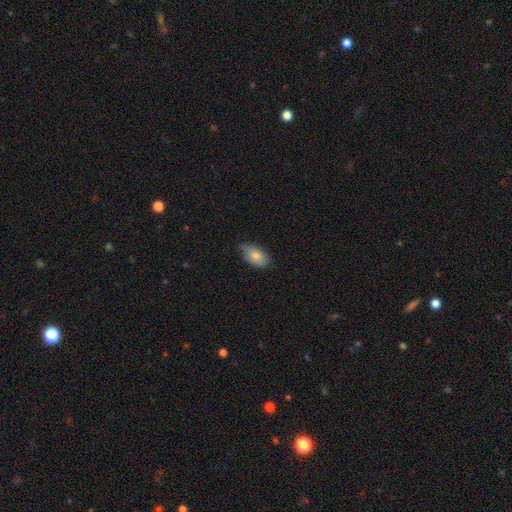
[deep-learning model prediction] Smooth or featured: smooth — 75% (featured or disk — 17%)
How rounded: in between — 92% (round — 5%)
Merging: none — 64% (minor disturbance — 31%)